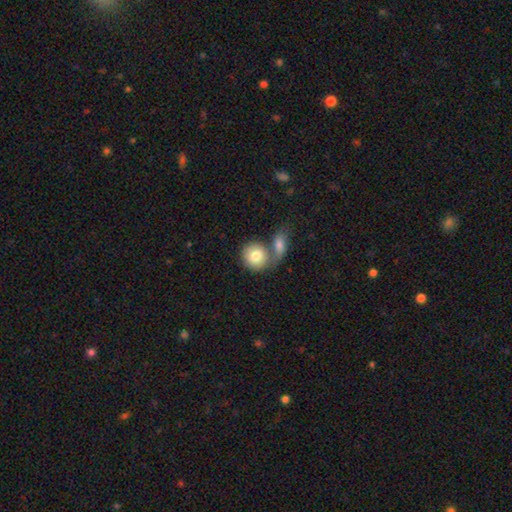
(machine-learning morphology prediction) Overall: smooth (78%). How rounded: round (81%). Merging: merger (48%; none 39%).